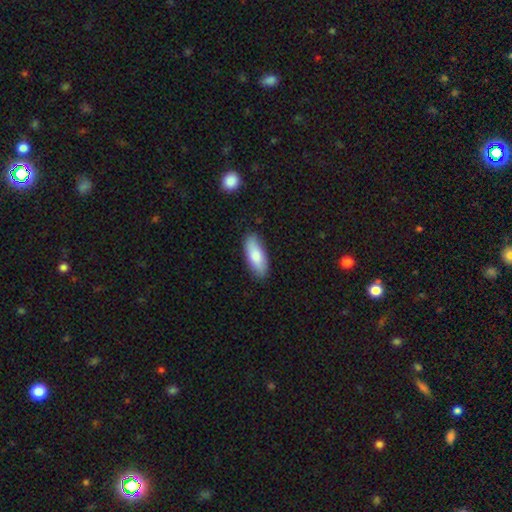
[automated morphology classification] type=smooth (81%); roundness=in between (73%); merging=none (85%).